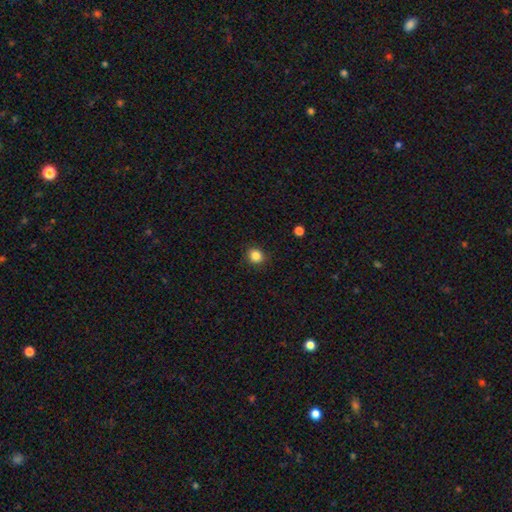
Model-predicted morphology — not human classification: Overall: smooth (85%). How rounded: round (84%). Merging: none (90%).